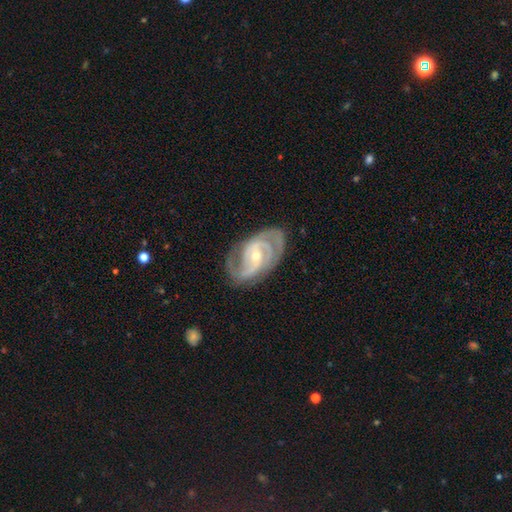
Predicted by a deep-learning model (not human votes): This is clearly a featured or disk galaxy (91%). It is clearly not viewed edge-on (96%). Bar: marginally weak (41%). Spiral arm pattern: clearly yes (98%). Spiral arm count: possibly 2 (53%). Spiral winding: possibly tight (52%). Central bulge: possibly small (53%). Merging: likely none (76%).